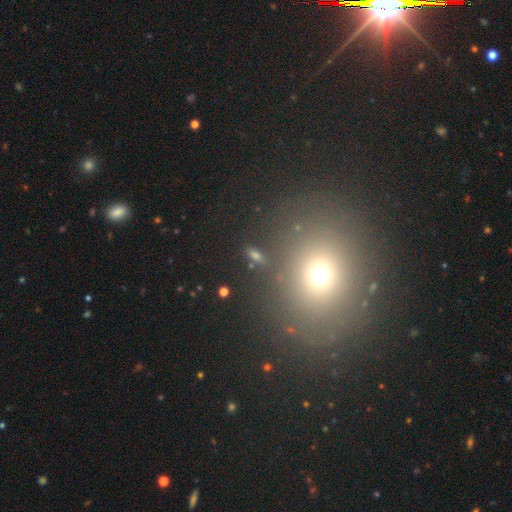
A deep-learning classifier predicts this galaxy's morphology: smooth_or_featured: smooth (p=0.61) [alt: star or artifact p=0.29]
how_rounded: round (p=0.70) [alt: in between p=0.29]
merging: none (p=0.83) [alt: minor disturbance p=0.08]